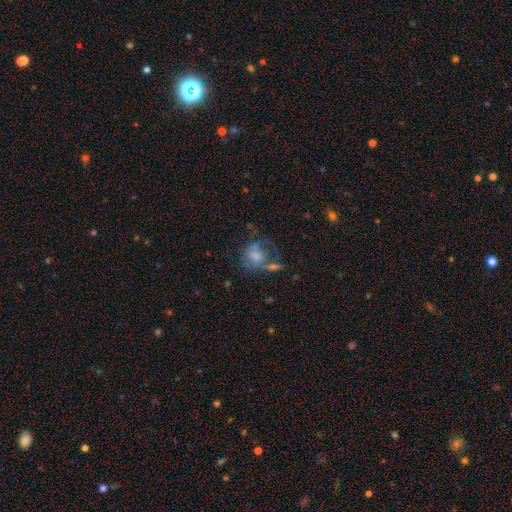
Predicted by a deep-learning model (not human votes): Smooth or featured? Predicted: smooth (p=0.51). How rounded? Predicted: round (p=0.66). Merging? Predicted: none (p=0.33).